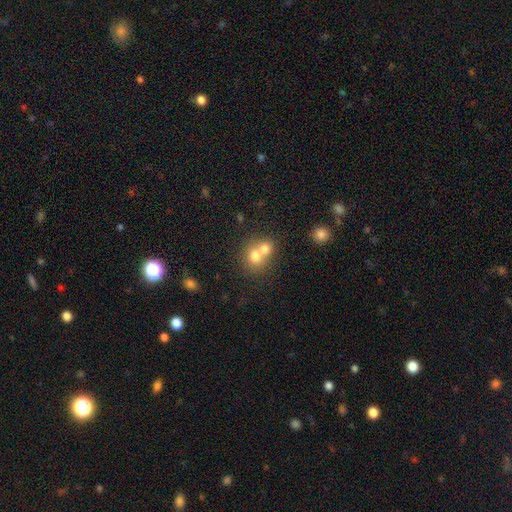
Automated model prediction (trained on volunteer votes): Smooth or featured? smooth (72%)
How rounded? round (74%)
Merging? merger (64%)